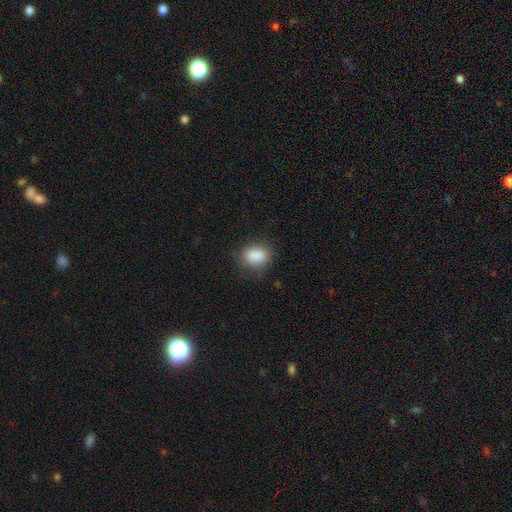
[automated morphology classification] A smooth galaxy with no disk features (86%) that is in between round and cigar-shaped (58%).

Vote fractions:
- Smooth or featured? smooth: 86% / star or artifact: 9% / featured or disk: 5%
- How rounded? in between: 58% / round: 41% / cigar-shaped: 1%
- Merging? none: 75% / minor disturbance: 18% / major disturbance: 6% / merger: 1%